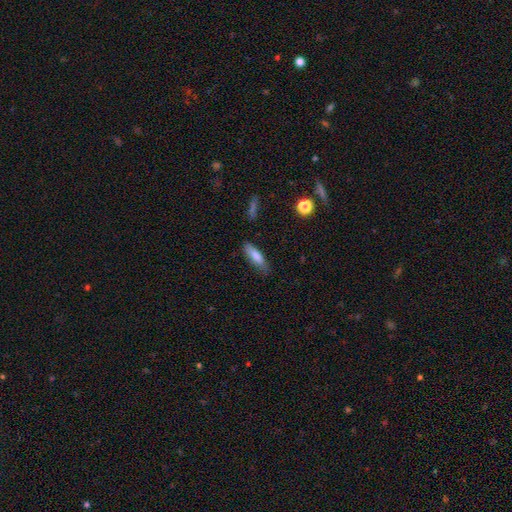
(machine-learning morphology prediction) smooth_or_featured: smooth (p=0.81) [alt: featured or disk p=0.12]
how_rounded: cigar-shaped (p=0.58) [alt: in between p=0.40]
merging: none (p=0.78) [alt: minor disturbance p=0.17]